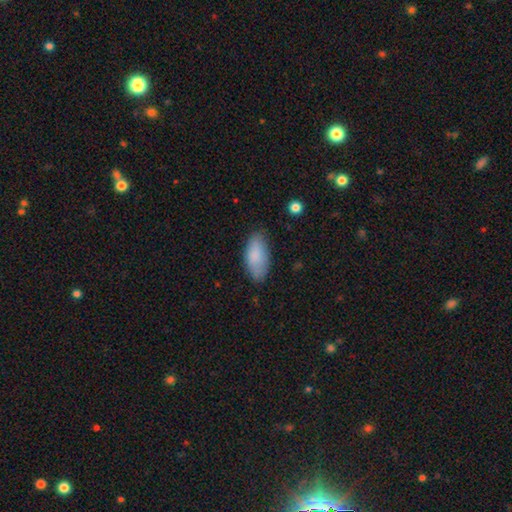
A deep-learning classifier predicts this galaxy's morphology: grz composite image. It shows a smooth galaxy with no disk features (86%) that is in between round and cigar-shaped (90%). Merging: none (77%).